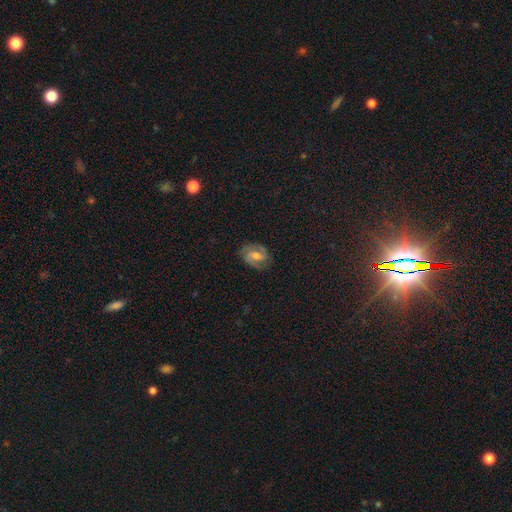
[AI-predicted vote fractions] Smooth or featured? Predicted: featured or disk (p=0.69). Edge-on disk? Predicted: no (p=0.97). Bar? Predicted: weak (p=0.51). Spiral arms? Predicted: yes (p=0.92). Spiral winding? Predicted: medium (p=0.46). Spiral arm count? Predicted: 2 (p=0.82). Bulge size? Predicted: moderate (p=0.61). Merging? Predicted: none (p=0.80).